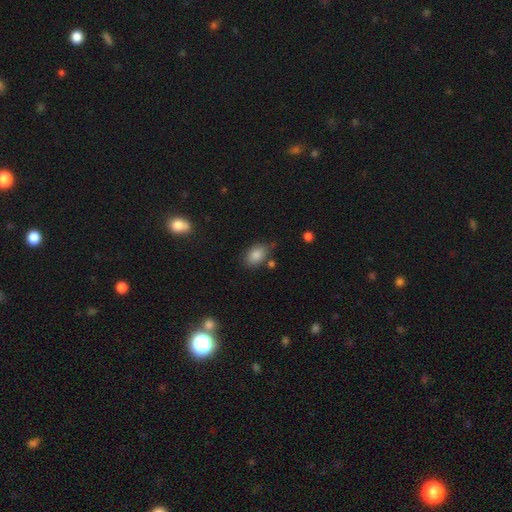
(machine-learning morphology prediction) This appears to be a smooth galaxy with no disk features (85%) that is in between round and cigar-shaped (84%). Merging: none (75%).